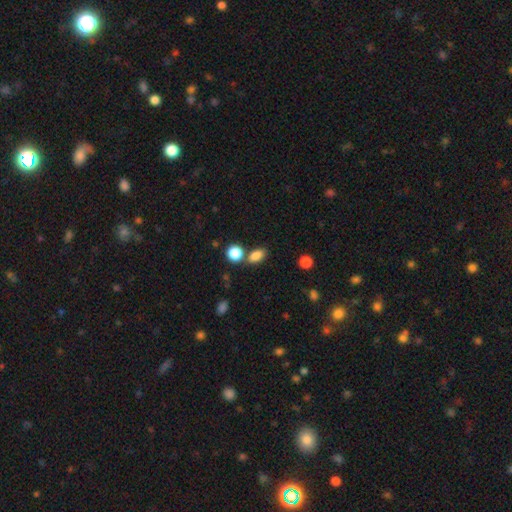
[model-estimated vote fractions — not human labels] Smooth or featured: smooth — 84% (star or artifact — 10%)
How rounded: in between — 82% (round — 15%)
Merging: none — 64% (merger — 20%)